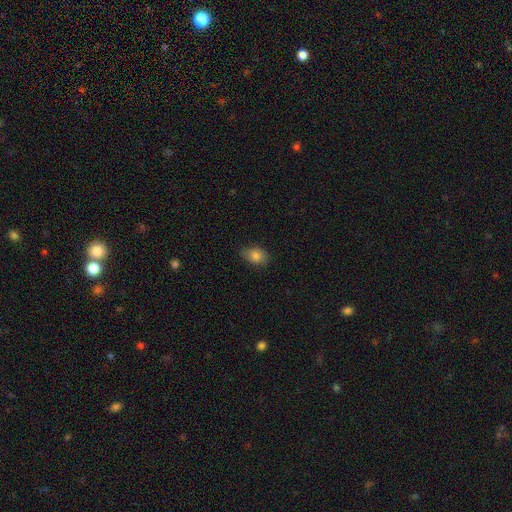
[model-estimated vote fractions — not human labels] This is clearly a smooth galaxy (82%). How rounded: likely in between (71%). Merging: likely none (70%).